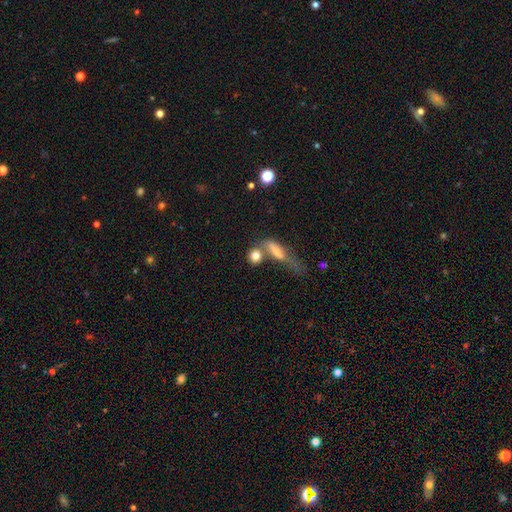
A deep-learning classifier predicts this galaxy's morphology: smooth_or_featured: smooth (p=0.78) [alt: featured or disk p=0.12]
how_rounded: round (p=0.64) [alt: in between p=0.28]
merging: none (p=0.48) [alt: merger p=0.34]